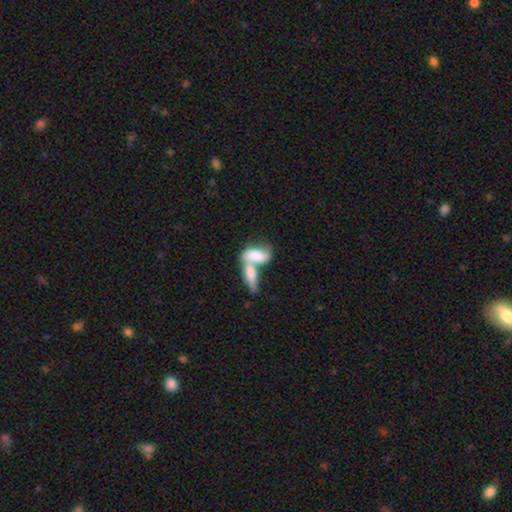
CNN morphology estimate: smooth 67%, featured or disk 26%, star or artifact 7%. Down the decision tree: how rounded — in between (82%); merging — merger (76%).